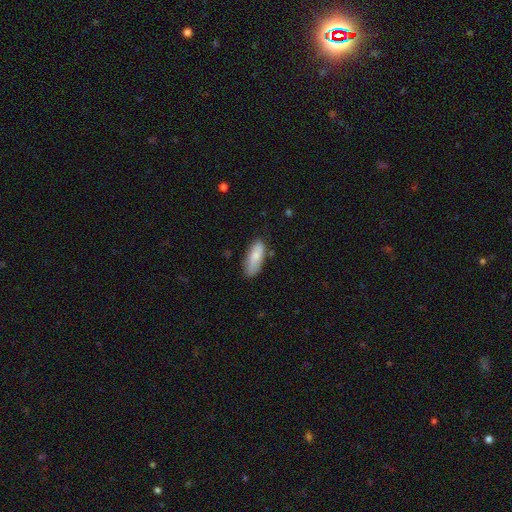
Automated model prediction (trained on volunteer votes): Morphology: type=smooth (81%); roundness=in between (76%); merging=none (71%).